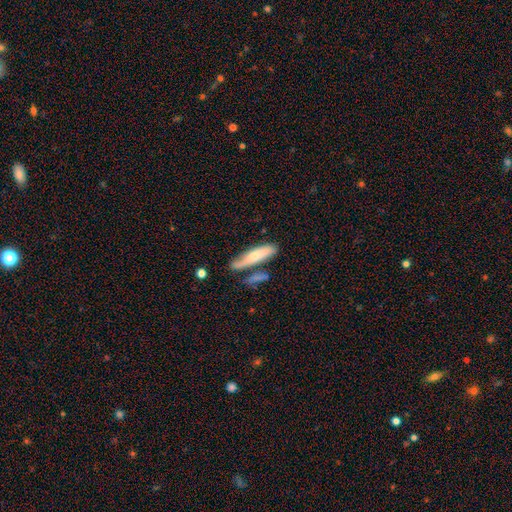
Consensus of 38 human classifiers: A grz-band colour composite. It shows a smooth galaxy with no disk features (61%) that is cigar-shaped (83%). Merging: none (70%).